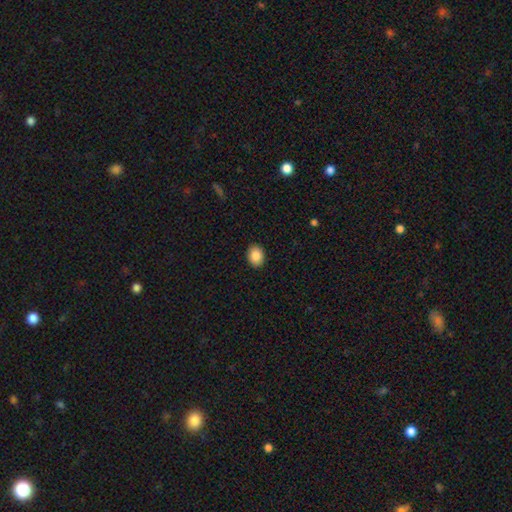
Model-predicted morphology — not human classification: smooth-or-featured: smooth: 86% | star or artifact: 8% | featured or disk: 6%
  how-rounded: in between: 64% | round: 35% | cigar-shaped: 1%
  merging: none: 91% | minor disturbance: 6% | major disturbance: 2% | merger: 1%